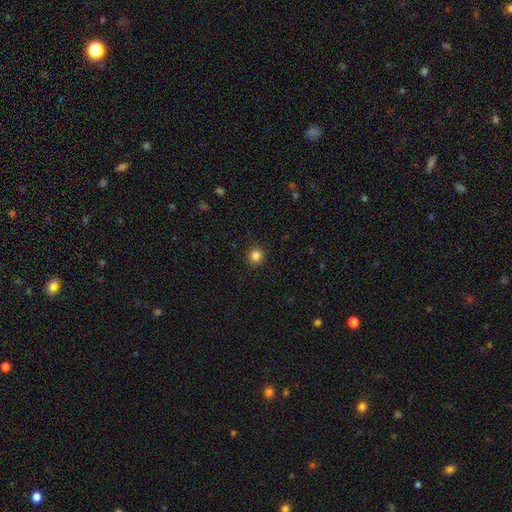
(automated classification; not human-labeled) Smooth or featured: smooth — 84% (star or artifact — 12%)
How rounded: round — 93% (in between — 6%)
Merging: none — 92% (minor disturbance — 5%)